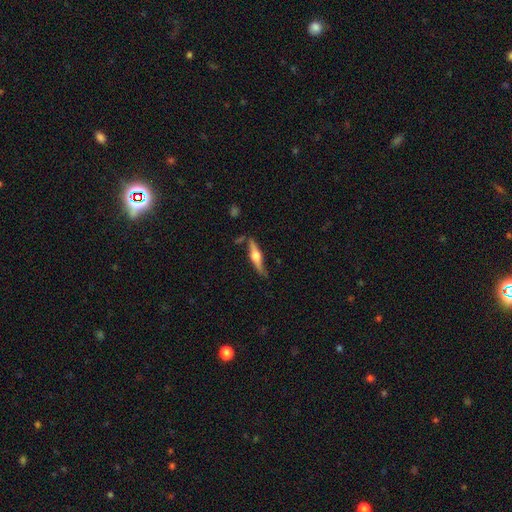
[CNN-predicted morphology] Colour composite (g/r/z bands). It shows a featured or disk galaxy (71%) viewed edge-on (95%) with a rounded central bulge (92%). Merging: none (76%).